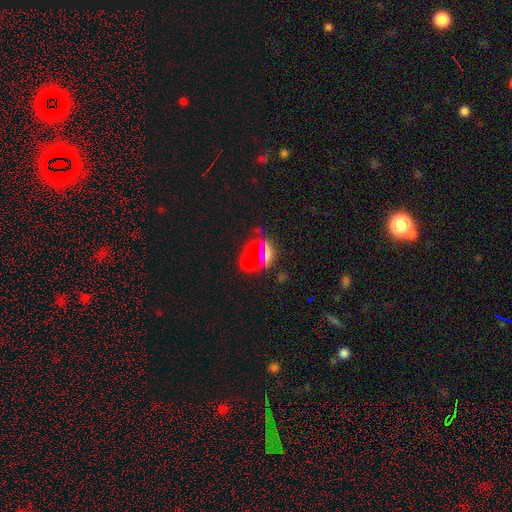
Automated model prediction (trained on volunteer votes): Morphology: type=star or artifact (60%).